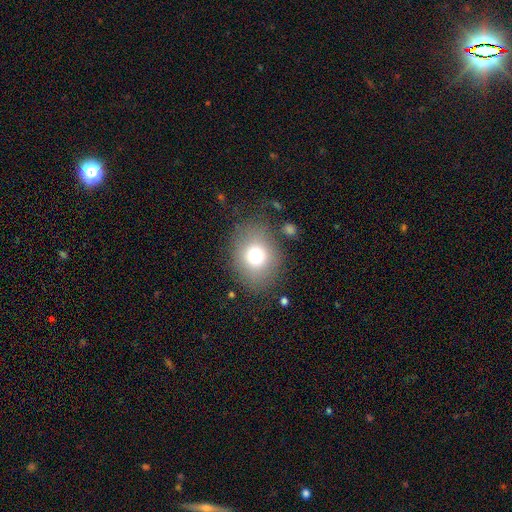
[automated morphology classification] This is likely a smooth galaxy (73%). How rounded: possibly round (58%). Merging: likely none (76%).